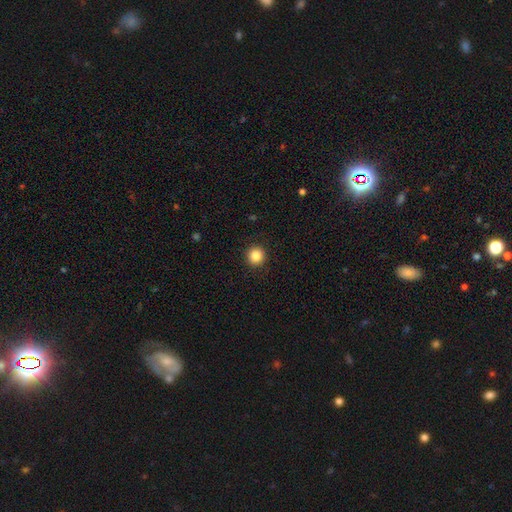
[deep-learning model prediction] Smooth or featured? Predicted: smooth (p=0.86). How rounded? Predicted: round (p=0.94). Merging? Predicted: none (p=0.92).